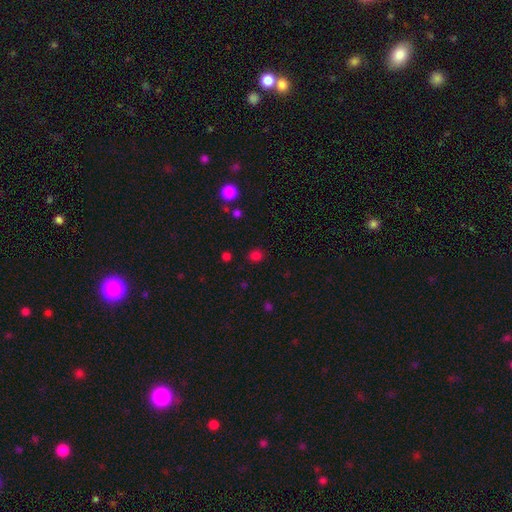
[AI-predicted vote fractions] Overall: smooth (75%). How rounded: round (75%). Merging: none (84%).